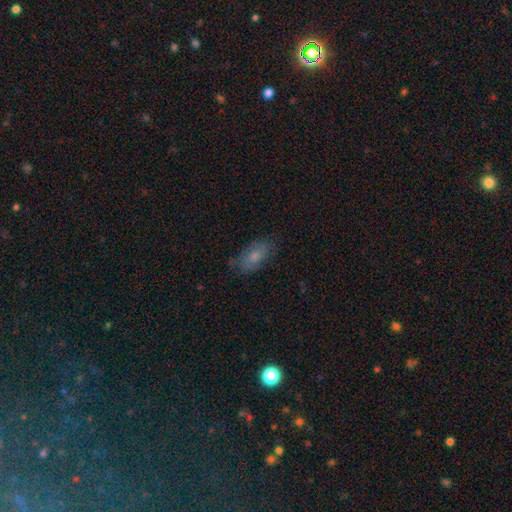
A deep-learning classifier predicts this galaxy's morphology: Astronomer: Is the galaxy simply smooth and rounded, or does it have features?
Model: smooth — 61%.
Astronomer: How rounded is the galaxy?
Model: in between — 87%.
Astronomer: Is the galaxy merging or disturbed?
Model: none — 71%.